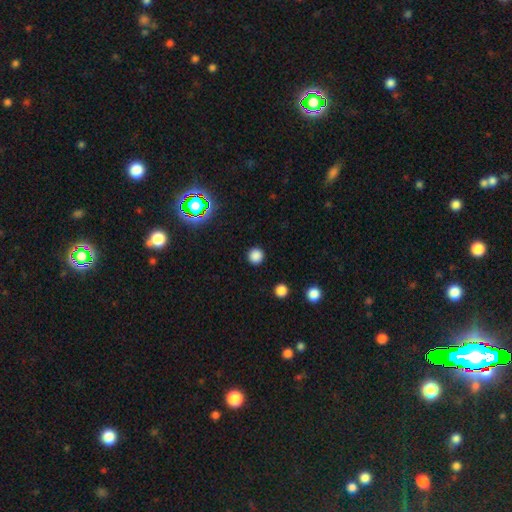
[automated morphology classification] This appears to be a smooth galaxy with no disk features (82%) that is round (94%). Merging: none (91%).